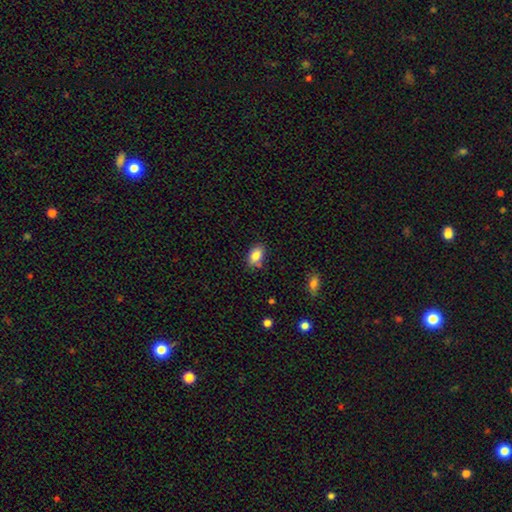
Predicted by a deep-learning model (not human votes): Q: Smooth or featured?
A: smooth (84%); runner-up: star or artifact (8%)
Q: How rounded?
A: in between (89%); runner-up: round (8%)
Q: Merging?
A: none (77%); runner-up: minor disturbance (15%)